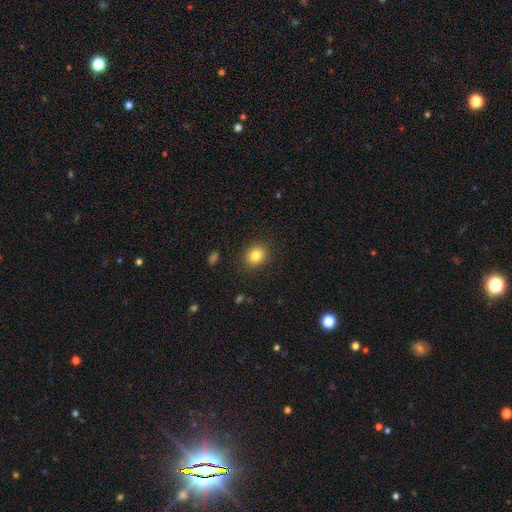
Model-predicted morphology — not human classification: Smooth or featured? smooth (82%)
How rounded? round (71%)
Merging? none (89%)